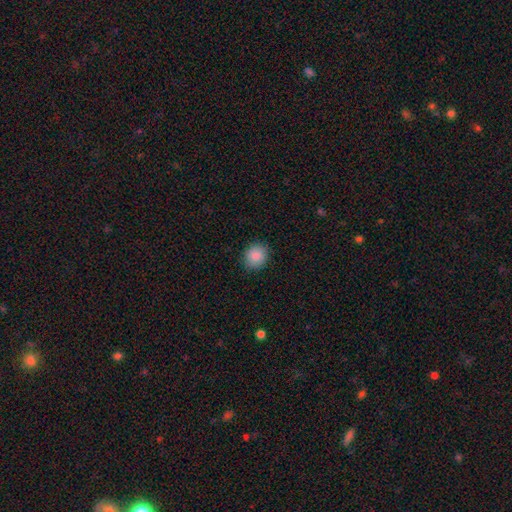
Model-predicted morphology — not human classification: smooth 89%, star or artifact 8%, featured or disk 3%. Down the decision tree: how rounded — round (79%); merging — none (89%).